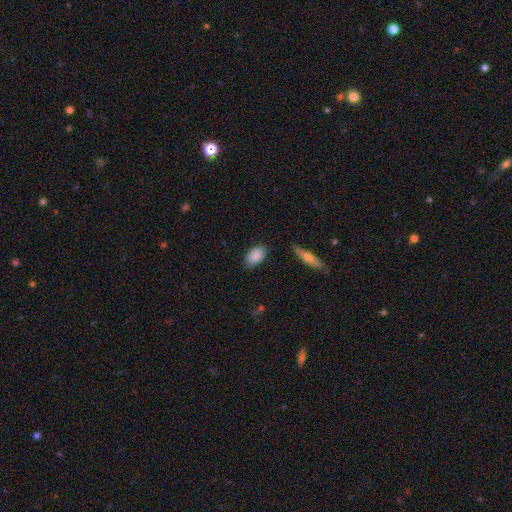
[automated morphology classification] smooth_or_featured: smooth (p=0.87) [alt: star or artifact p=0.07]
how_rounded: in between (p=0.93) [alt: round p=0.05]
merging: none (p=0.82) [alt: minor disturbance p=0.13]